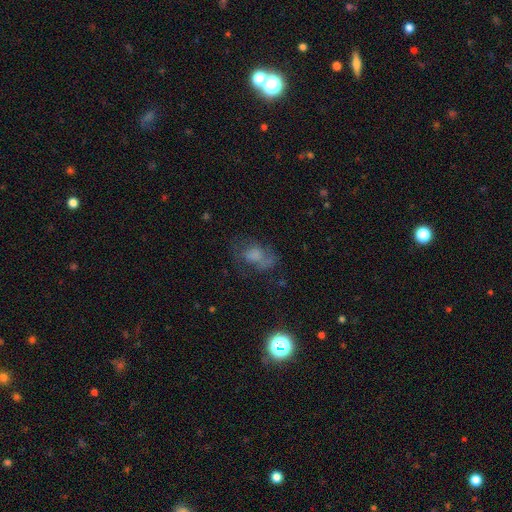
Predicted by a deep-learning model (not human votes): smooth 49%, featured or disk 32%, star or artifact 18%. Down the decision tree: merging — none (44%).